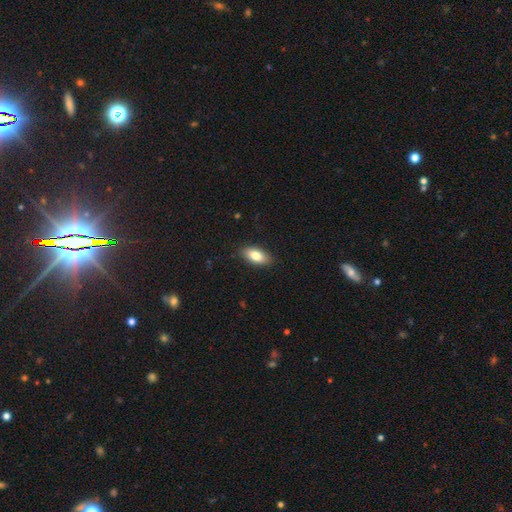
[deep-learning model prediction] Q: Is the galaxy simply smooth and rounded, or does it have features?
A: smooth — 82%.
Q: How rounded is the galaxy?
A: in between — 89%.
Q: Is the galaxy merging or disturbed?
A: none — 88%.